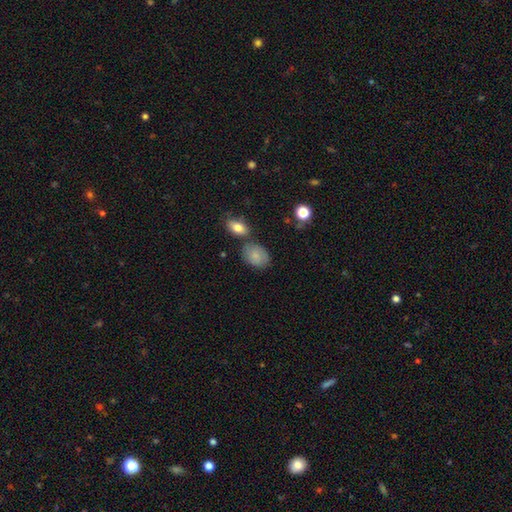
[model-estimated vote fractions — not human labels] smooth 79%, featured or disk 13%, star or artifact 8%. Down the decision tree: how rounded — in between (77%); merging — none (64%).